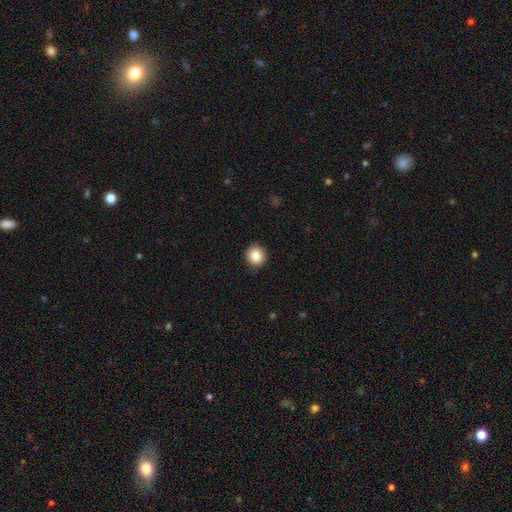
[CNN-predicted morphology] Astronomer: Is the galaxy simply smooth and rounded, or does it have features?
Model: smooth — 85%.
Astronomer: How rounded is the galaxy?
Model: round — 87%.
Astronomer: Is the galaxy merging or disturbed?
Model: none — 90%.